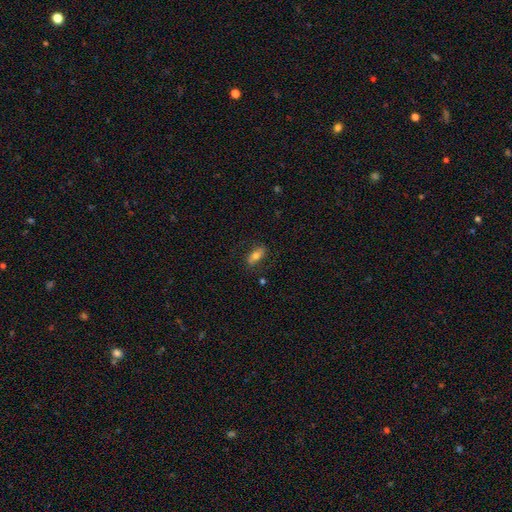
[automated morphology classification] Q: Smooth or featured?
A: smooth (69%); runner-up: featured or disk (23%)
Q: How rounded?
A: in between (84%); runner-up: cigar-shaped (10%)
Q: Merging?
A: none (76%); runner-up: minor disturbance (16%)